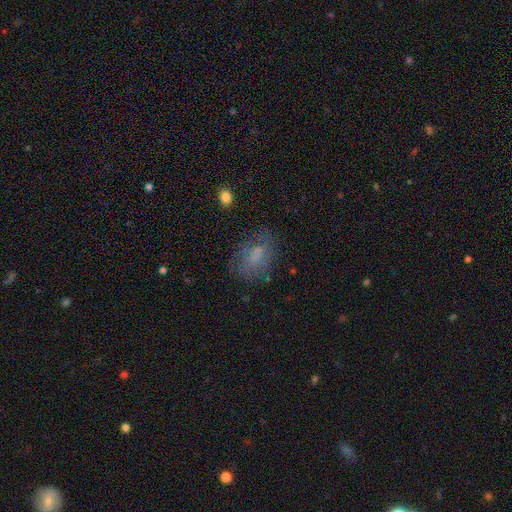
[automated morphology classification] Smooth or featured: smooth — 58% (featured or disk — 29%)
How rounded: in between — 79% (round — 18%)
Merging: none — 62% (minor disturbance — 21%)